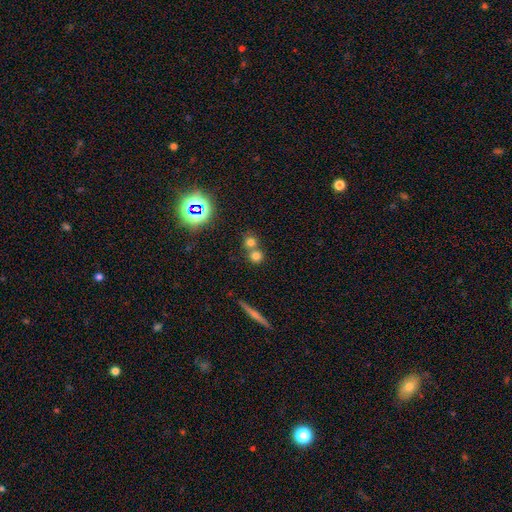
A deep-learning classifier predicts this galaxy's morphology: Q: Smooth or featured?
A: smooth (71%); runner-up: star or artifact (17%)
Q: How rounded?
A: round (89%); runner-up: in between (9%)
Q: Merging?
A: none (50%); runner-up: merger (42%)